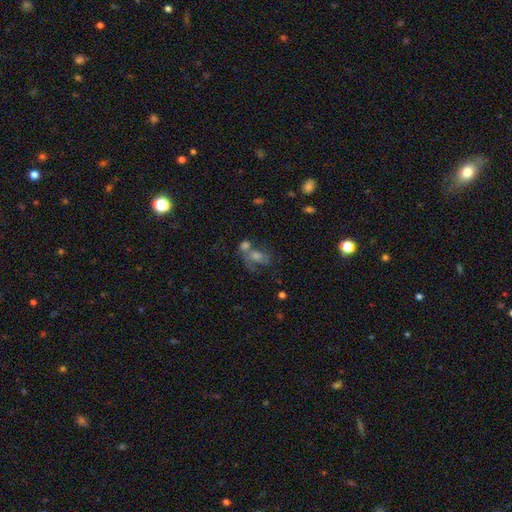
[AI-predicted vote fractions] A featured or disk galaxy (40%). Merging: none (37%).